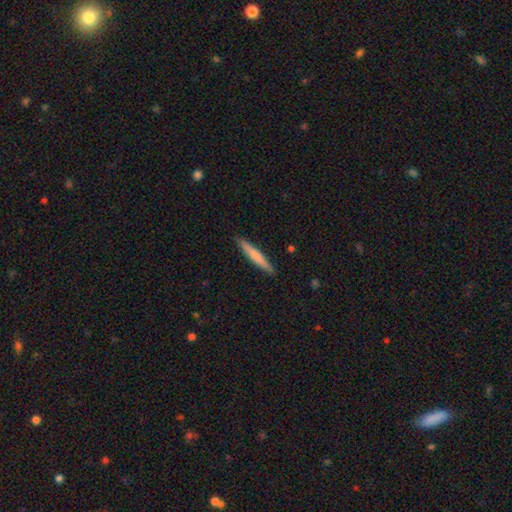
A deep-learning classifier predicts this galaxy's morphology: Smooth or featured? Predicted: smooth (p=0.66). How rounded? Predicted: cigar-shaped (p=0.95). Merging? Predicted: none (p=0.90).